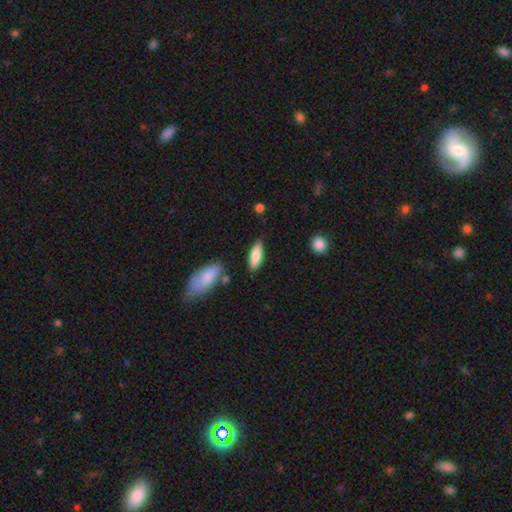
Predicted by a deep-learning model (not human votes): This appears to be a smooth galaxy with no disk features (78%) that is in between round and cigar-shaped (61%). Merging: none (81%).